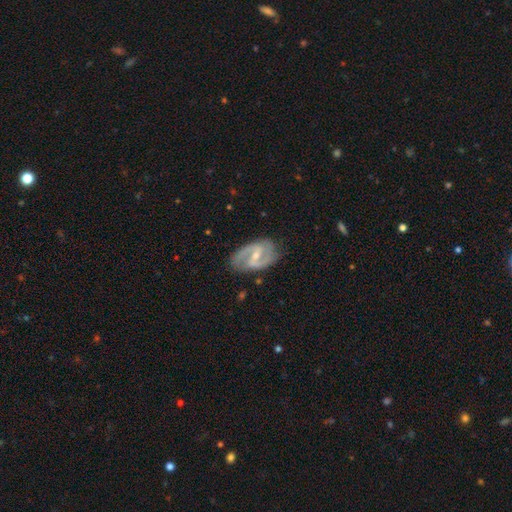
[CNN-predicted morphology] Q: Smooth or featured?
A: featured or disk (89%); runner-up: smooth (7%)
Q: Edge-on disk?
A: no (97%); runner-up: yes (3%)
Q: Bar?
A: weak (51%); runner-up: strong (30%)
Q: Spiral arms?
A: yes (96%); runner-up: no (4%)
Q: Spiral winding?
A: medium (57%); runner-up: tight (22%)
Q: Spiral arm count?
A: 2 (91%); runner-up: can't tell (3%)
Q: Bulge size?
A: small (59%); runner-up: moderate (37%)
Q: Merging?
A: none (80%); runner-up: minor disturbance (15%)